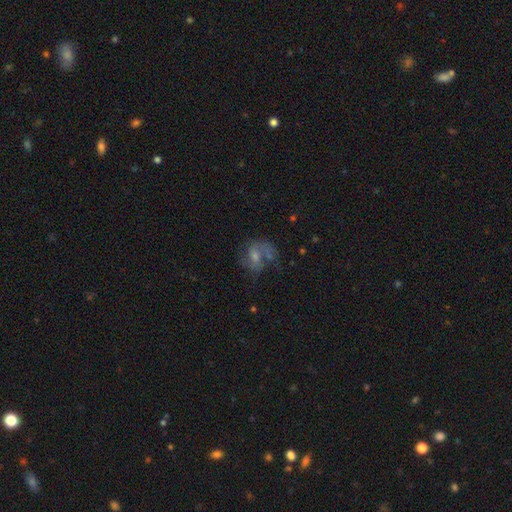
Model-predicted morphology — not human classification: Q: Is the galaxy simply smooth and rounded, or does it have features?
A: featured or disk — 59%.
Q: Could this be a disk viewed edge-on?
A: no — 97%.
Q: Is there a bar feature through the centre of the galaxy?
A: no — 54%.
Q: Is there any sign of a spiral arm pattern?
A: yes — 76%.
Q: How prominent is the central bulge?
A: moderate — 42%.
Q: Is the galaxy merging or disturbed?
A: none — 50%.